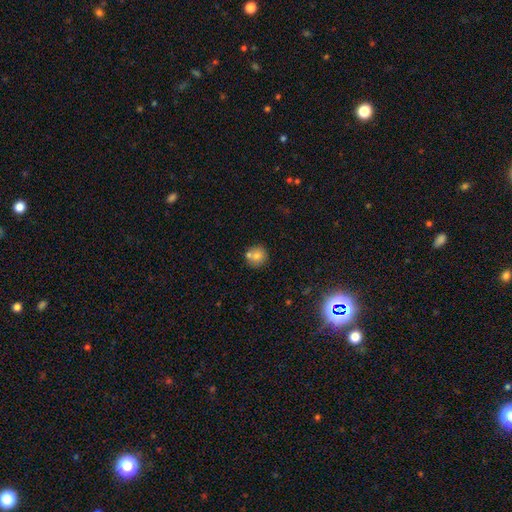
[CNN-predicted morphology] type=smooth (75%); roundness=round (90%); merging=none (63%).